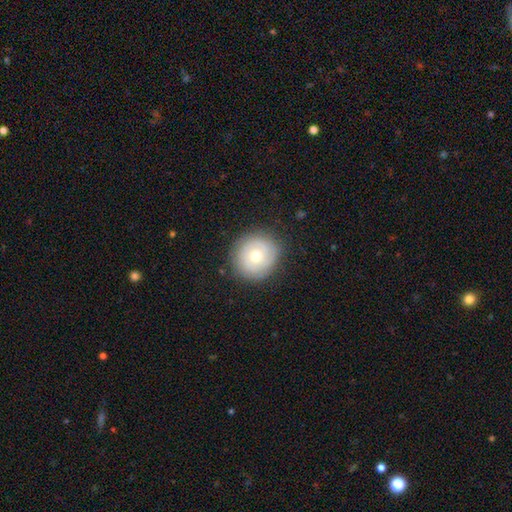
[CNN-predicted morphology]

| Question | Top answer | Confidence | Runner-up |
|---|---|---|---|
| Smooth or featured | smooth | 53% | featured or disk (38%) |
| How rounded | round | 90% | in between (9%) |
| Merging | none | 83% | minor disturbance (12%) |